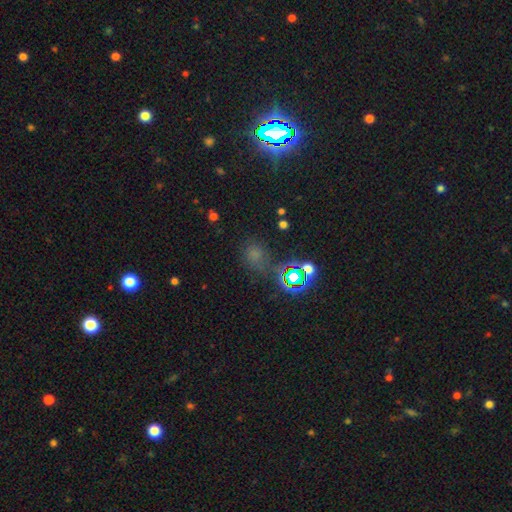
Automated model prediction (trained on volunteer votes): smooth-or-featured: star or artifact: 49% | smooth: 43% | featured or disk: 8%